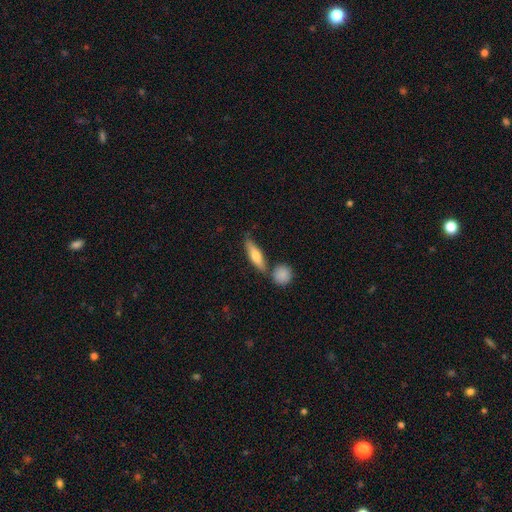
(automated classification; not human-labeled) The model was most divided on "how rounded": cigar-shaped: 63%, in between: 34%, round: 4%. More confident: merging — none (70%); smooth or featured — smooth (63%).